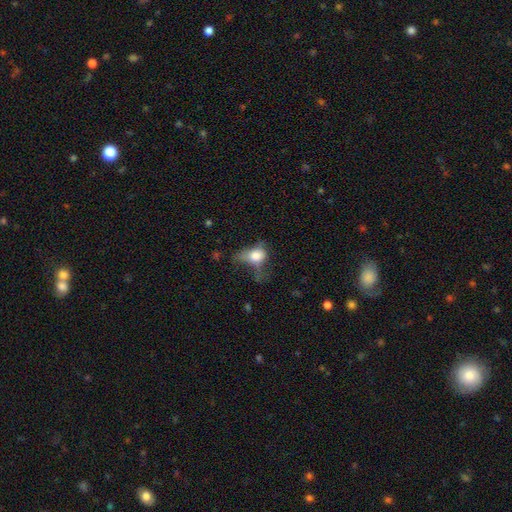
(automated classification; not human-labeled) Smooth or featured? smooth (67%)
How rounded? in between (68%)
Merging? major disturbance (50%)